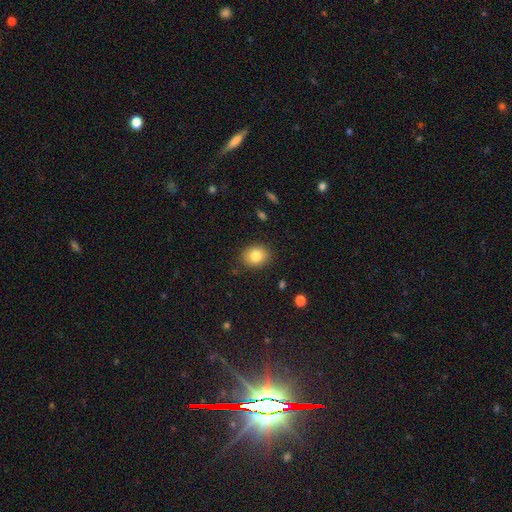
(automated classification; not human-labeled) This is clearly a smooth galaxy (82%). How rounded: possibly round (57%). Merging: clearly none (87%).